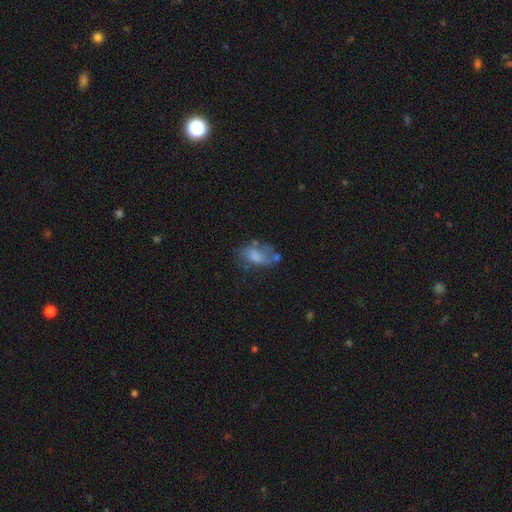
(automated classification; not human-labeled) smooth_or_featured: smooth (p=0.63) [alt: featured or disk p=0.27]
how_rounded: in between (p=0.89) [alt: round p=0.08]
merging: none (p=0.36) [alt: minor disturbance p=0.27]